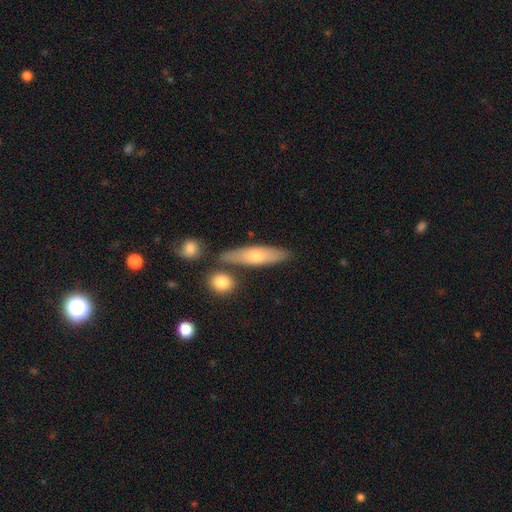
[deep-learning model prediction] smooth_or_featured: smooth (p=0.58) [alt: featured or disk p=0.36]
how_rounded: cigar-shaped (p=0.63) [alt: in between p=0.34]
merging: none (p=0.76) [alt: minor disturbance p=0.12]